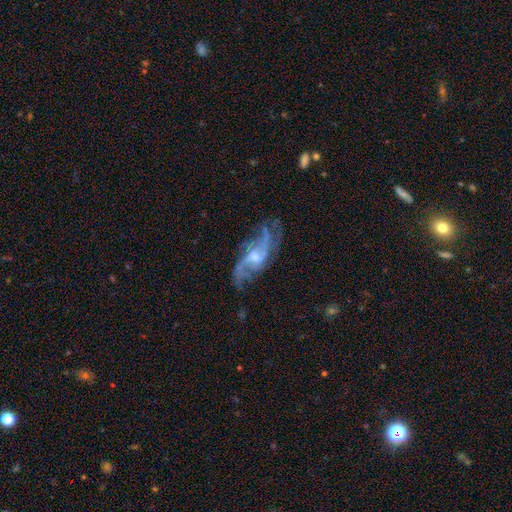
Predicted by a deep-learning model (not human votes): A featured or disk galaxy (83%) with no bar (49%), 2 (40%) loose (46%) spiral arms (93%) and a moderate central bulge (49%). Merging: none (66%).